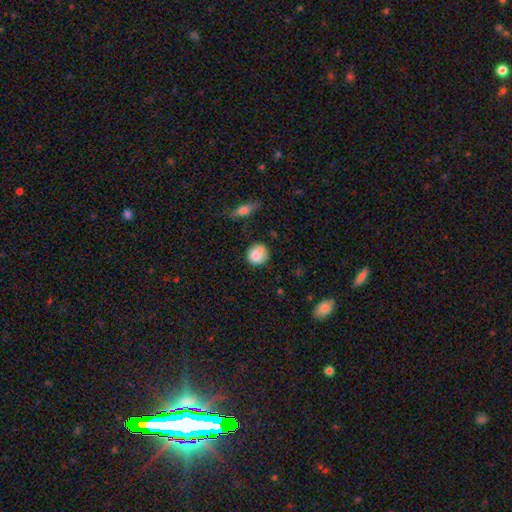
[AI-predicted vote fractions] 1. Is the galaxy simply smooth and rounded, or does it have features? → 81% smooth, 11% featured or disk, 8% star or artifact.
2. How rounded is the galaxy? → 82% round, 17% in between, 1% cigar-shaped.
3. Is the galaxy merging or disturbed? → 64% none, 23% minor disturbance, 7% merger, 6% major disturbance.